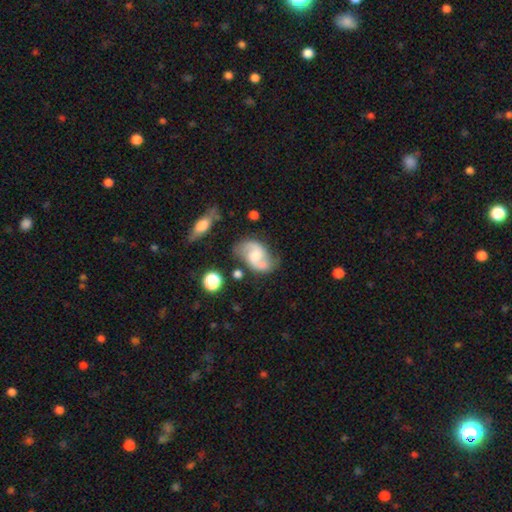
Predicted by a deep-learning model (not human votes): A featured or disk galaxy (78%) with no bar (48%), 2 (90%) medium (49%) spiral arms (94%) and a moderate central bulge (45%). Merging: none (59%).